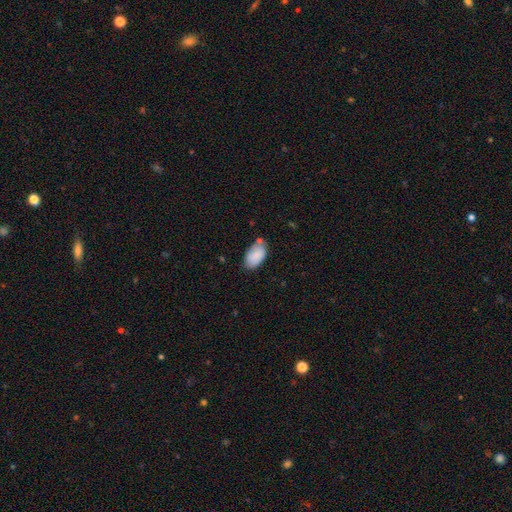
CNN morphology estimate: Smooth or featured? smooth (86%)
How rounded? in between (94%)
Merging? none (66%)